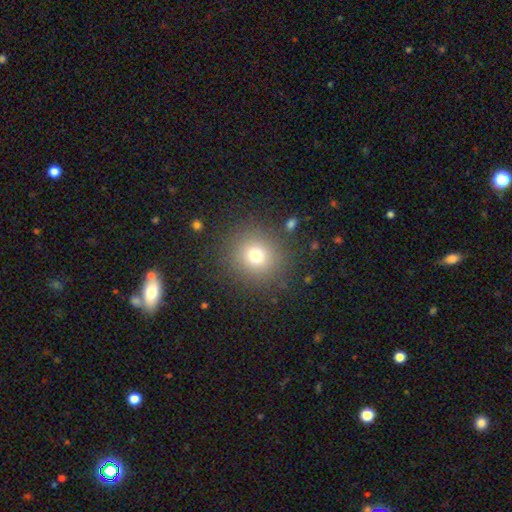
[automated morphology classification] Q: Smooth or featured?
A: smooth (73%); runner-up: star or artifact (17%)
Q: How rounded?
A: round (91%); runner-up: in between (8%)
Q: Merging?
A: none (87%); runner-up: minor disturbance (7%)